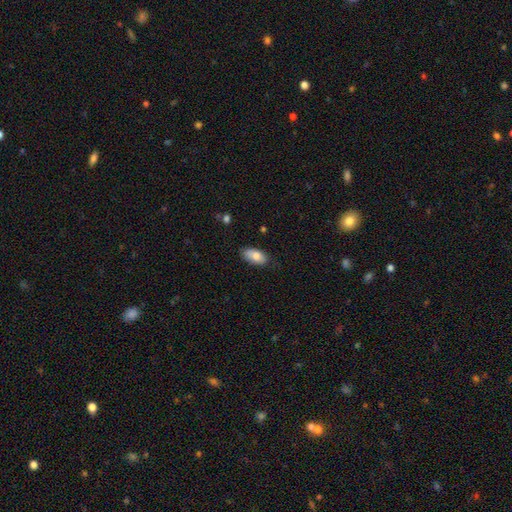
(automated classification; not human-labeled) This appears to be a smooth galaxy with no disk features (79%) that is in between round and cigar-shaped (93%). Merging: none (79%).